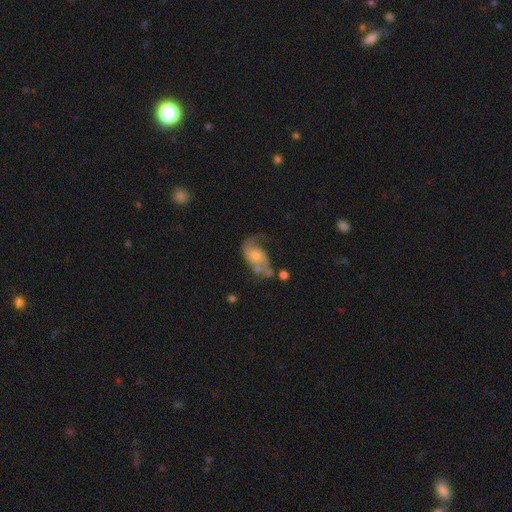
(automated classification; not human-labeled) This appears to be a featured or disk galaxy (65%) with no bar (74%), 2 (66%) loose (47%) spiral arms (82%) and a small central bulge (51%). Merging: none (37%).